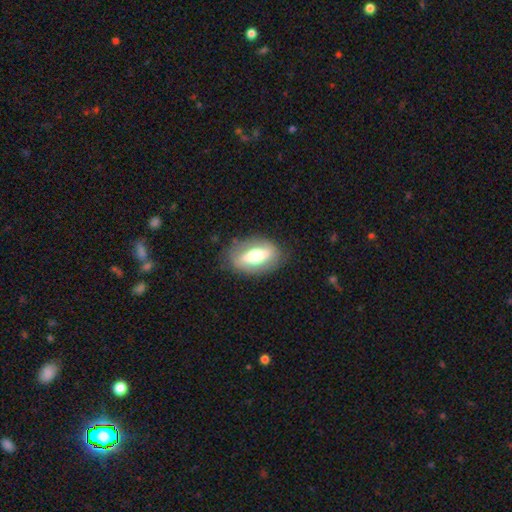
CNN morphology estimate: Smooth or featured? Predicted: featured or disk (p=0.49). Merging? Predicted: none (p=0.79).